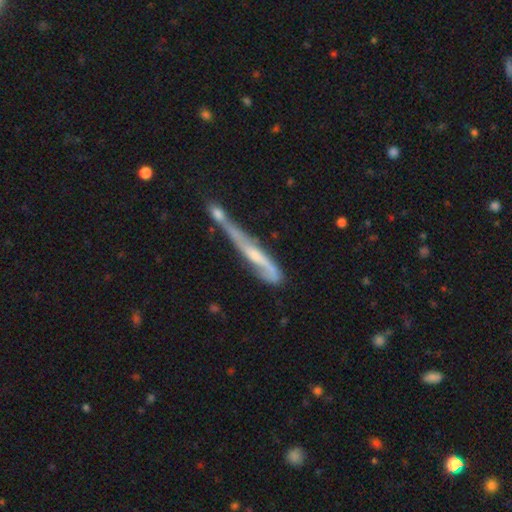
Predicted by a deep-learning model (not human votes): Overall: featured or disk (65%; smooth 27%). Edge-on disk: yes (57%; no 43%). Merging: merger (48%; none 22%).